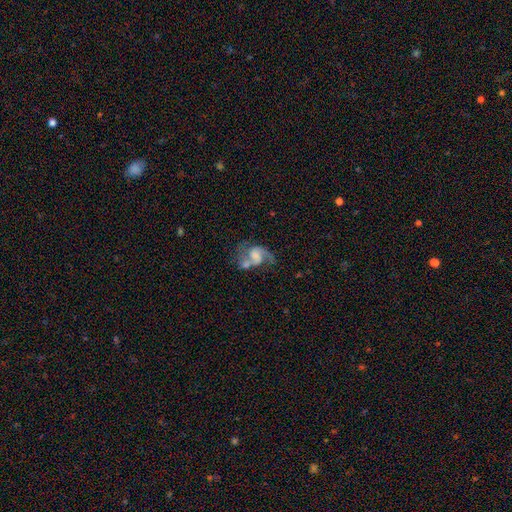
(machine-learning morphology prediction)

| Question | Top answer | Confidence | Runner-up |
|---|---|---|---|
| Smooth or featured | featured or disk | 74% | smooth (18%) |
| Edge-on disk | no | 98% | yes (2%) |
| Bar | no | 45% | weak (41%) |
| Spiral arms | yes | 89% | no (11%) |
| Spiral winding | loose | 50% | medium (40%) |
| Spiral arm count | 2 | 76% | 1 (17%) |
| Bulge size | none | 39% | moderate (21%) |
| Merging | none | 33% | merger (29%) |